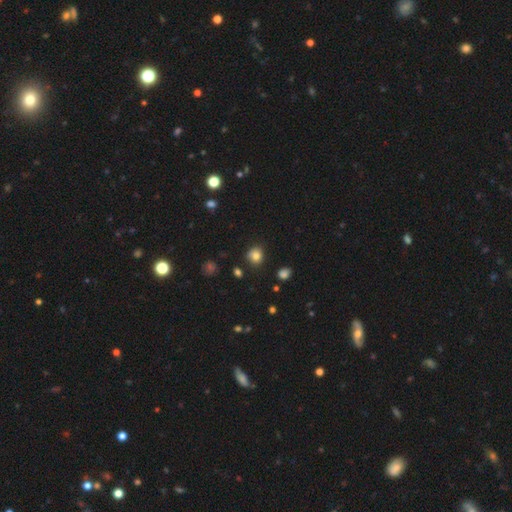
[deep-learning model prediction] A smooth galaxy with no disk features (82%) that is round (80%).

Vote fractions:
- Smooth or featured? smooth: 82% / star or artifact: 12% / featured or disk: 6%
- How rounded? round: 80% / in between: 19% / cigar-shaped: 1%
- Merging? none: 81% / minor disturbance: 13% / major disturbance: 3% / merger: 2%